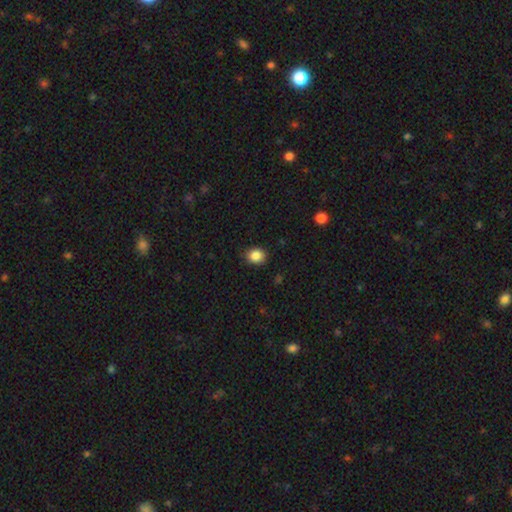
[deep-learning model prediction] Smooth or featured? smooth (87%)
How rounded? round (69%)
Merging? none (89%)